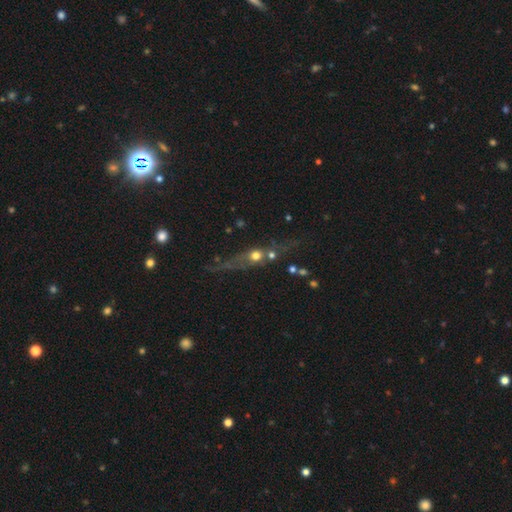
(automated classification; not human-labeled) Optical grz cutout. It shows a featured or disk galaxy (43%). Merging: none (55%).